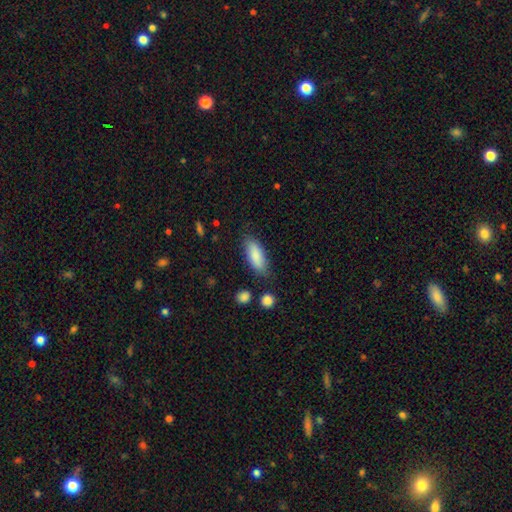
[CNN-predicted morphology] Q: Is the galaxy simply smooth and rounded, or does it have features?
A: smooth — 86%.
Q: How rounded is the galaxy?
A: in between — 77%.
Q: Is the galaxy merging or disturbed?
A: none — 77%.